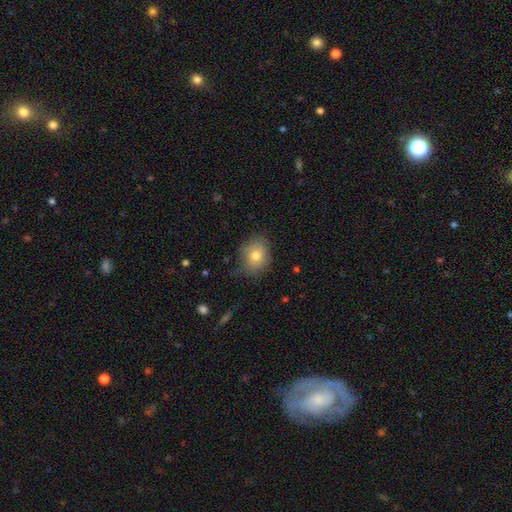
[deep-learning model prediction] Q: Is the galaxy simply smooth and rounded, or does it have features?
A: smooth — 77%.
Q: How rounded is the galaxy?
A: round — 58%.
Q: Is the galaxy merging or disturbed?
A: none — 69%.